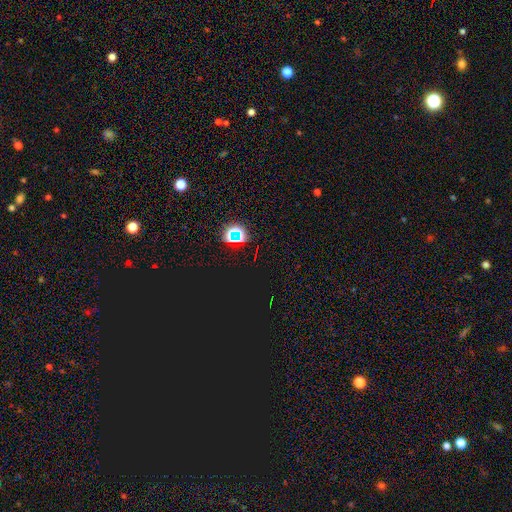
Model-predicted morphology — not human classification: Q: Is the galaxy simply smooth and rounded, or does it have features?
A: star or artifact — 79%.